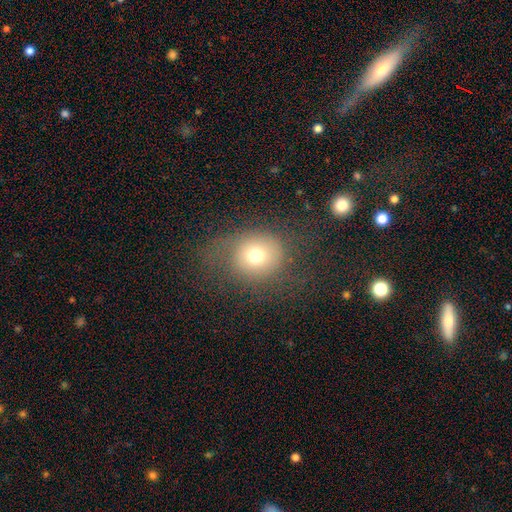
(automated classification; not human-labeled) This appears to be a smooth galaxy with no disk features (70%) that is round (79%). Merging: none (60%).